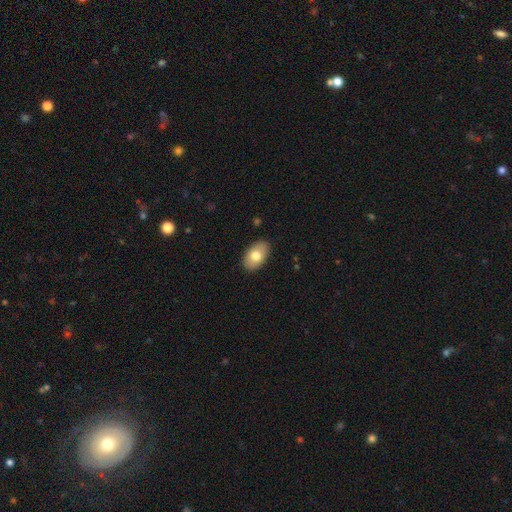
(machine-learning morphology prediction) smooth_or_featured: smooth (p=0.75) [alt: featured or disk p=0.19]
how_rounded: in between (p=0.92) [alt: round p=0.06]
merging: none (p=0.88) [alt: minor disturbance p=0.09]